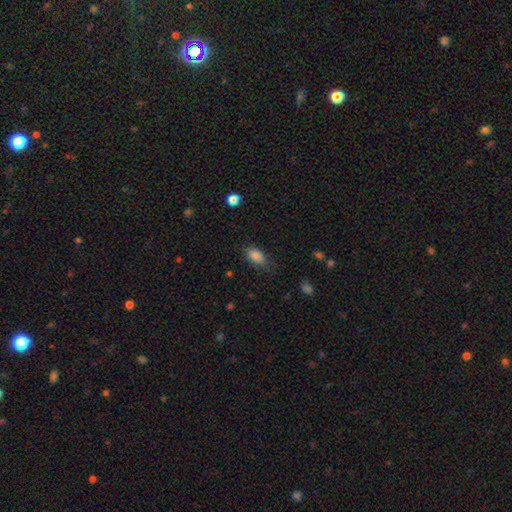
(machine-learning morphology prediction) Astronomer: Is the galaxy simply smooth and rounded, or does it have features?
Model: smooth — 86%.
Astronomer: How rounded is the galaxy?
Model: in between — 90%.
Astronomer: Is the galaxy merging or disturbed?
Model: none — 76%.